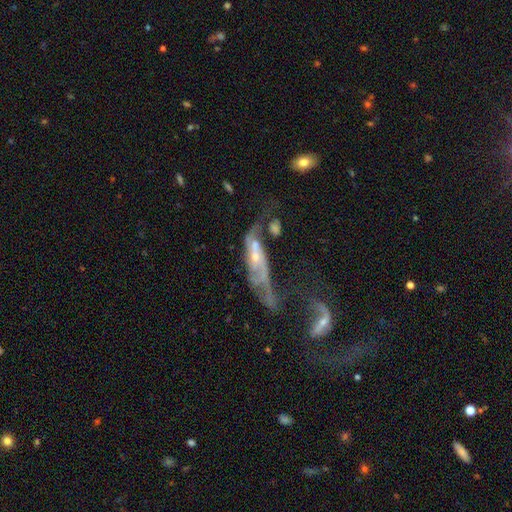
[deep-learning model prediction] Smooth or featured? Predicted: featured or disk (p=0.76). Edge-on disk? Predicted: no (p=0.81). Bar? Predicted: no (p=0.52). Spiral arms? Predicted: yes (p=0.75). Bulge size? Predicted: small (p=0.61). Merging? Predicted: merger (p=0.34).